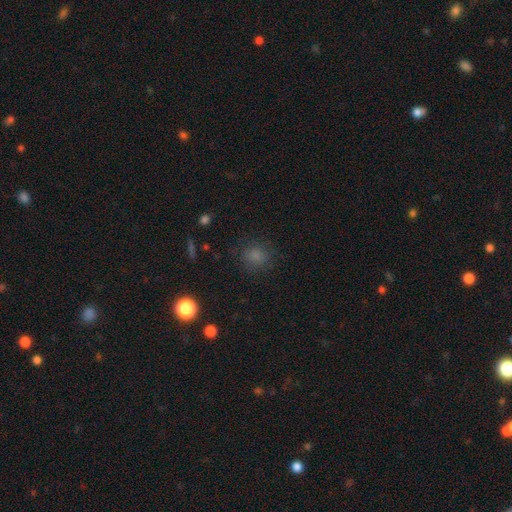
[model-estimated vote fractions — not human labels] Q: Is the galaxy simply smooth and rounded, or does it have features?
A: smooth — 79%.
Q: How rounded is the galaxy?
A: round — 79%.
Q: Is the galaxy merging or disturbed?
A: none — 81%.